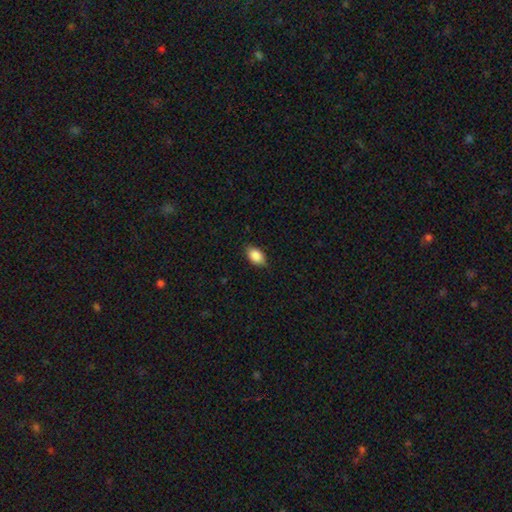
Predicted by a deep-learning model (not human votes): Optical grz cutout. It shows a smooth galaxy with no disk features (87%) that is in between round and cigar-shaped (89%). Merging: none (82%).